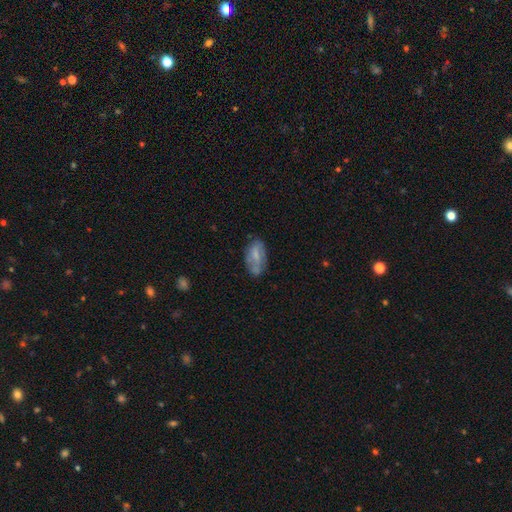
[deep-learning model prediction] This appears to be a smooth galaxy with no disk features (57%) that is in between round and cigar-shaped (91%). Merging: none (57%).